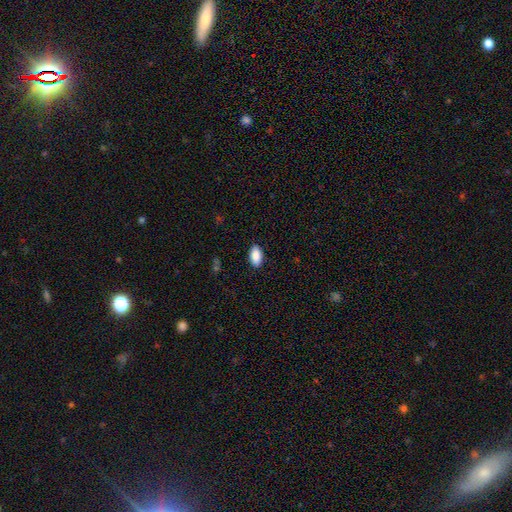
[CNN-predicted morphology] Smooth or featured?
  - smooth: 88% *
  - star or artifact: 7%
  - featured or disk: 5%
How rounded?
  - in between: 94% *
  - round: 3%
  - cigar-shaped: 3%
Merging?
  - none: 88% *
  - minor disturbance: 9%
  - major disturbance: 2%
  - merger: 1%